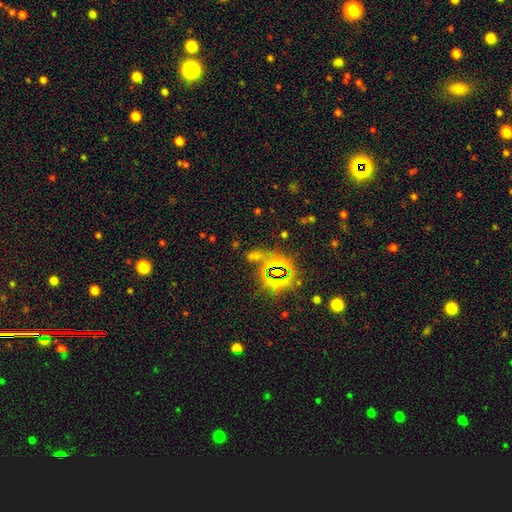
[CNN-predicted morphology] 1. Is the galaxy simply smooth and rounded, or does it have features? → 65% star or artifact, 26% smooth, 9% featured or disk.